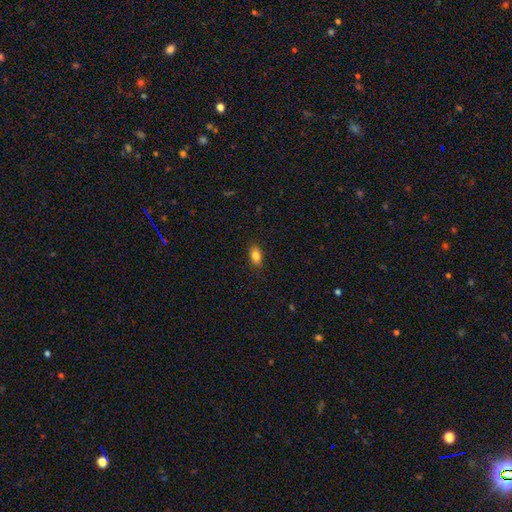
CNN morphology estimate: A smooth galaxy with no disk features (82%) that is in between round and cigar-shaped (85%). Merging: none (86%).